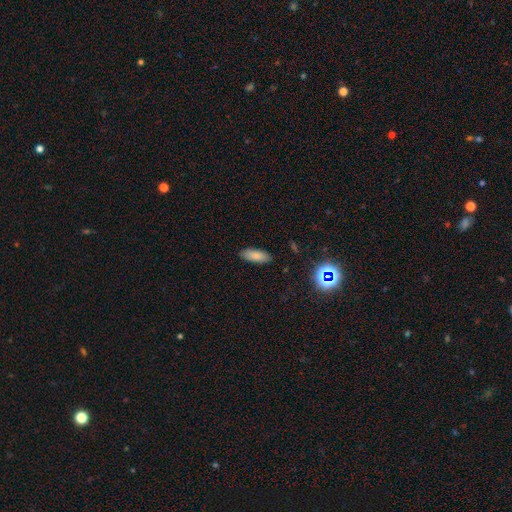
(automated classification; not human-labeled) A smooth galaxy with no disk features (84%) that is in between round and cigar-shaped (72%). Merging: none (88%).